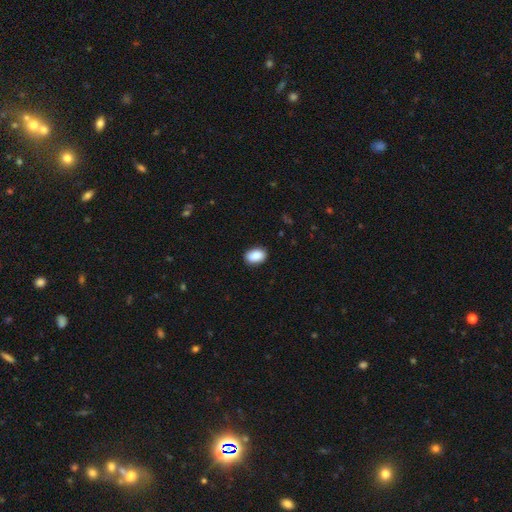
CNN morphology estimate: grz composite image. It shows a smooth galaxy with no disk features (90%) that is in between round and cigar-shaped (88%). Merging: none (89%).